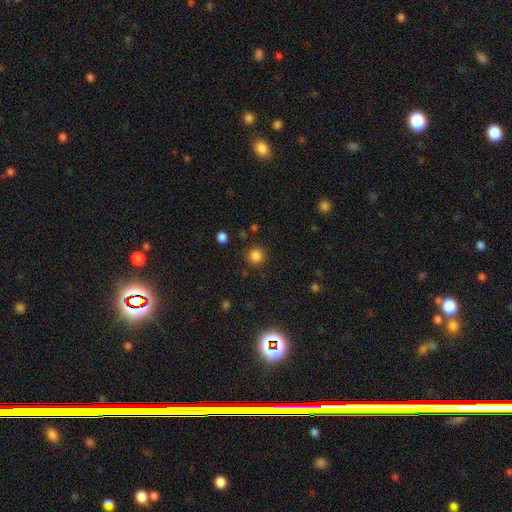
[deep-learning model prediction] Smooth or featured?
  - smooth: 83% *
  - star or artifact: 13%
  - featured or disk: 4%
How rounded?
  - round: 92% *
  - in between: 7%
  - cigar-shaped: 1%
Merging?
  - none: 87% *
  - minor disturbance: 8%
  - major disturbance: 3%
  - merger: 2%